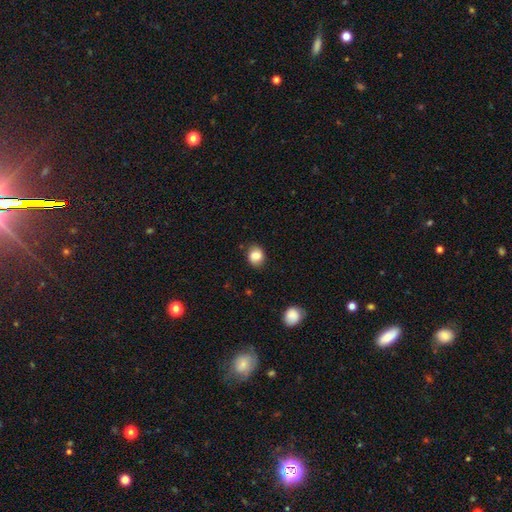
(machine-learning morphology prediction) This is clearly a smooth galaxy (85%). How rounded: likely round (63%). Merging: clearly none (82%).